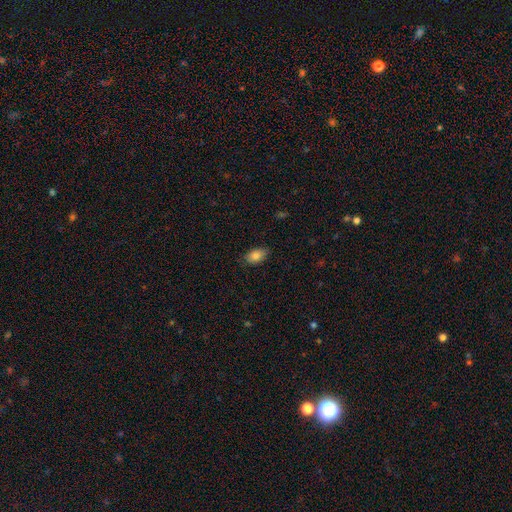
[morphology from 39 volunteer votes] A smooth galaxy with no disk features (82%) that is in between round and cigar-shaped (94%).

Vote fractions:
- Smooth or featured? smooth: 82% / featured or disk: 10% / star or artifact: 8%
- How rounded? in between: 94% / round: 6% / cigar-shaped: 0%
- Merging? none: 97% / minor disturbance: 3% / major disturbance: 0% / merger: 0%